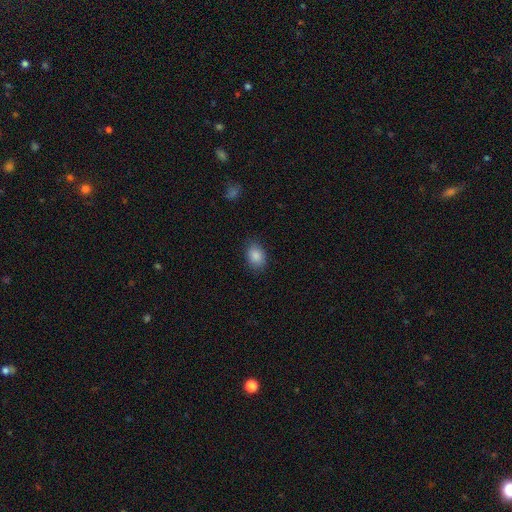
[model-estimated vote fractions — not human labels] This appears to be a smooth galaxy with no disk features (86%) that is in between round and cigar-shaped (75%). Merging: none (84%).